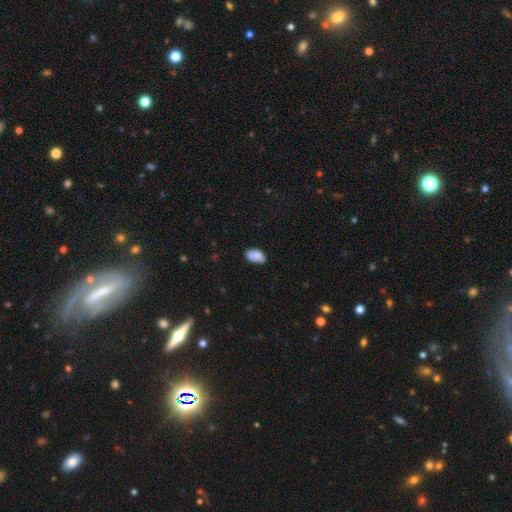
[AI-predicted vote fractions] Overall: smooth (78%). How rounded: in between (92%). Merging: none (68%).